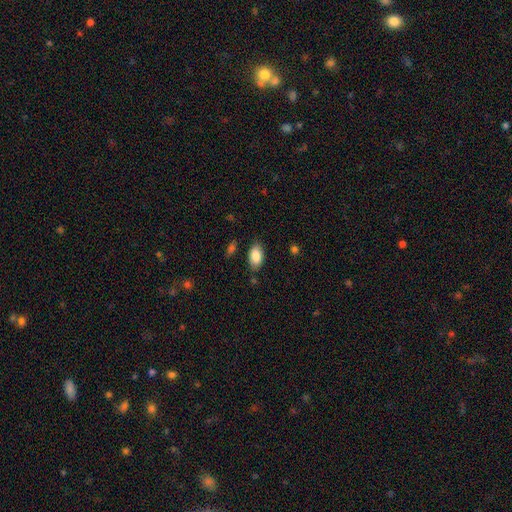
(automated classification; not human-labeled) Overall: smooth (85%). How rounded: in between (93%). Merging: none (80%).